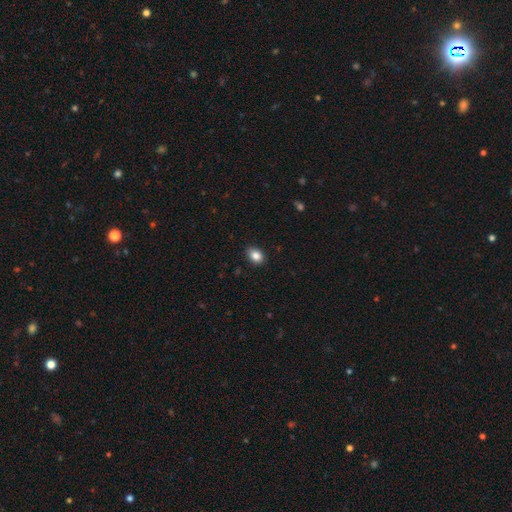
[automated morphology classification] smooth 86%, star or artifact 9%, featured or disk 5%. Down the decision tree: how rounded — in between (72%); merging — none (89%).